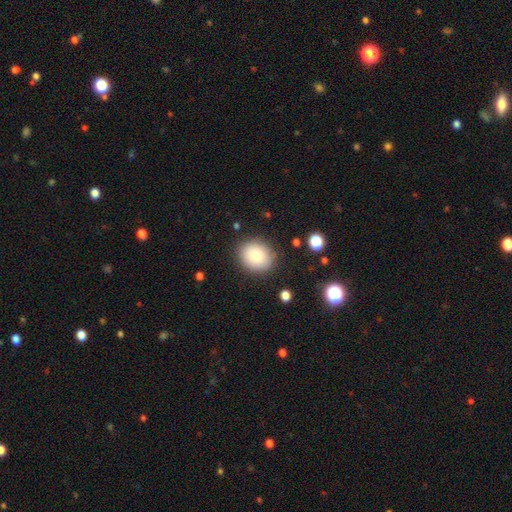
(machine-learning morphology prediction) smooth_or_featured: smooth (p=0.80) [alt: featured or disk p=0.10]
how_rounded: round (p=0.69) [alt: in between p=0.30]
merging: none (p=0.85) [alt: minor disturbance p=0.10]